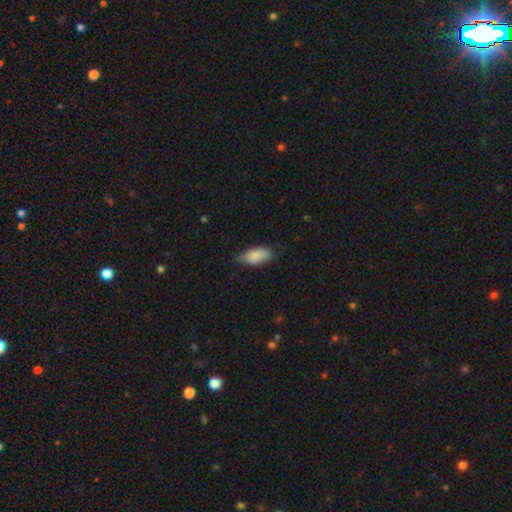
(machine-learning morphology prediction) This appears to be a smooth galaxy with no disk features (86%) that is in between round and cigar-shaped (90%). Merging: none (67%).